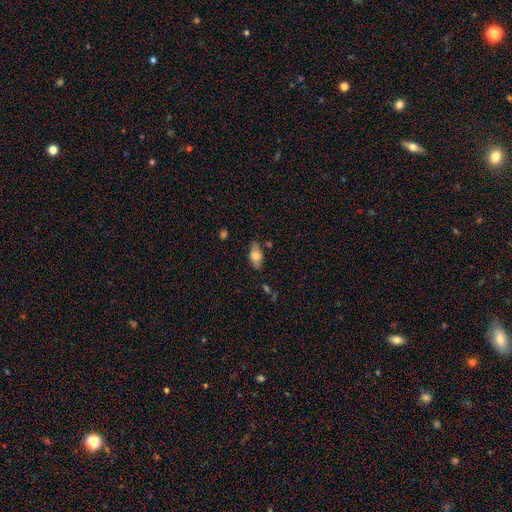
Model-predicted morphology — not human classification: Smooth or featured? Predicted: smooth (p=0.73). How rounded? Predicted: in between (p=0.89). Merging? Predicted: none (p=0.77).